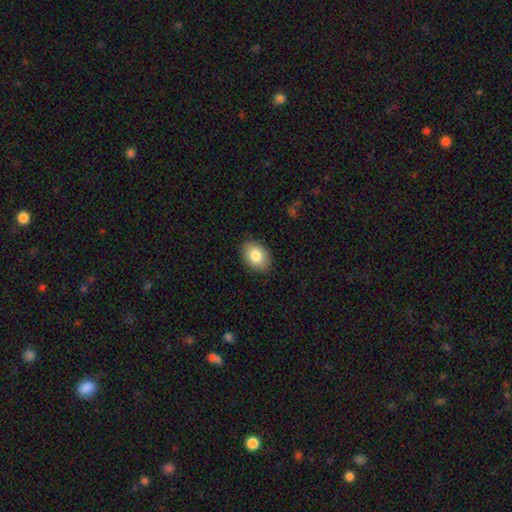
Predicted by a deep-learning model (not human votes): A smooth galaxy with no disk features (84%) that is in between round and cigar-shaped (84%).

Vote fractions:
- Smooth or featured? smooth: 84% / featured or disk: 9% / star or artifact: 7%
- How rounded? in between: 84% / round: 15% / cigar-shaped: 1%
- Merging? none: 86% / minor disturbance: 11% / major disturbance: 2% / merger: 1%